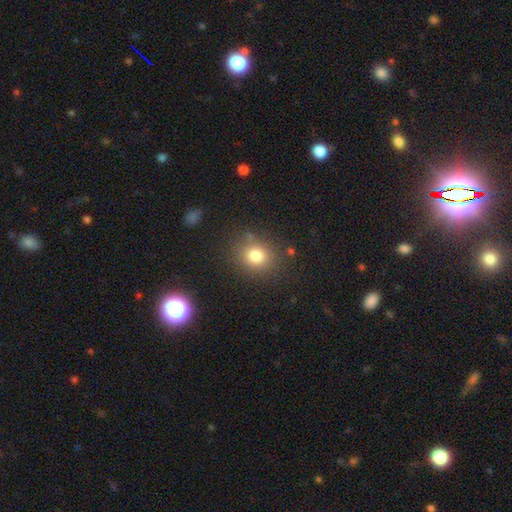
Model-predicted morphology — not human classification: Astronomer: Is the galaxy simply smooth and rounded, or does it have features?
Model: smooth — 79%.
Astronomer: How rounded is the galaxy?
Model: round — 77%.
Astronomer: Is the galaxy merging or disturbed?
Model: none — 82%.